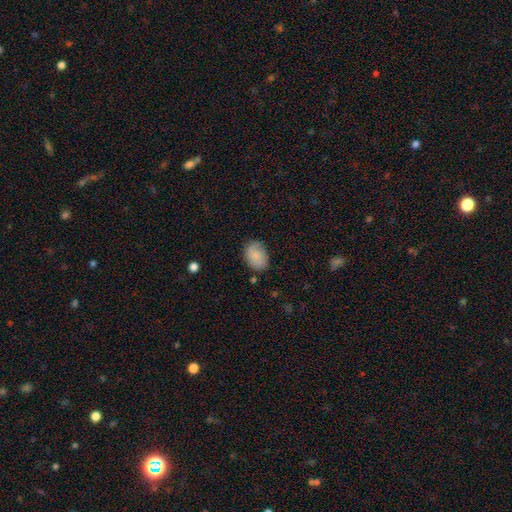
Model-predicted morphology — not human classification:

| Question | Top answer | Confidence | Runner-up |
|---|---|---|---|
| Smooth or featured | smooth | 80% | featured or disk (13%) |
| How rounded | in between | 77% | round (22%) |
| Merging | none | 76% | minor disturbance (18%) |